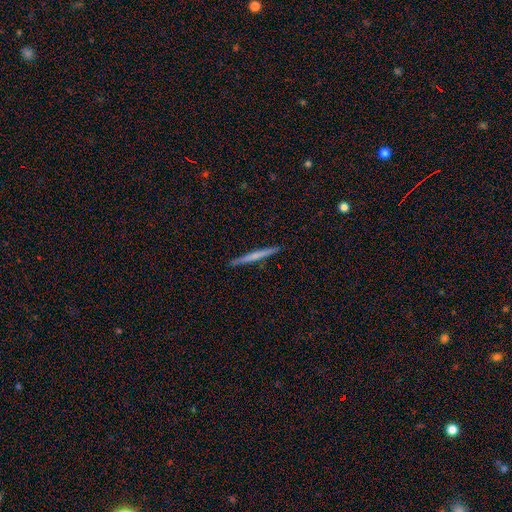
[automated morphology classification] A smooth galaxy with no disk features (52%) that is cigar-shaped (97%).

Vote fractions:
- Smooth or featured? smooth: 52% / featured or disk: 42% / star or artifact: 6%
- How rounded? cigar-shaped: 97% / in between: 2% / round: 1%
- Merging? none: 91% / minor disturbance: 6% / major disturbance: 1% / merger: 1%